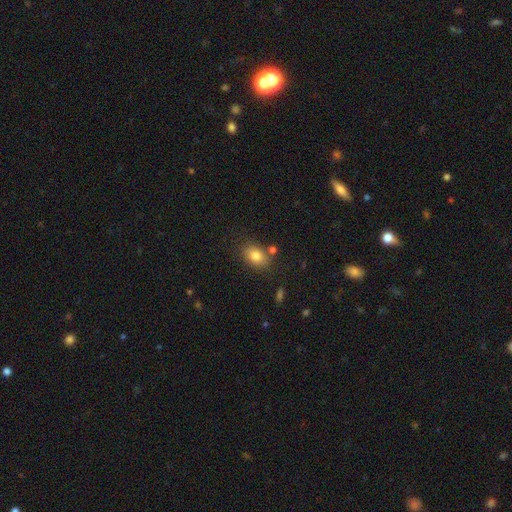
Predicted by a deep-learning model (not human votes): Smooth or featured: smooth — 82% (star or artifact — 9%)
How rounded: in between — 77% (round — 22%)
Merging: none — 76% (minor disturbance — 13%)